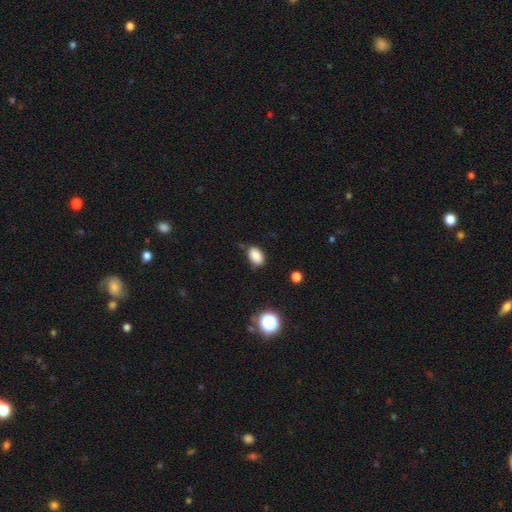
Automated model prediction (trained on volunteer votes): Overall: smooth (86%). How rounded: in between (86%). Merging: none (77%).